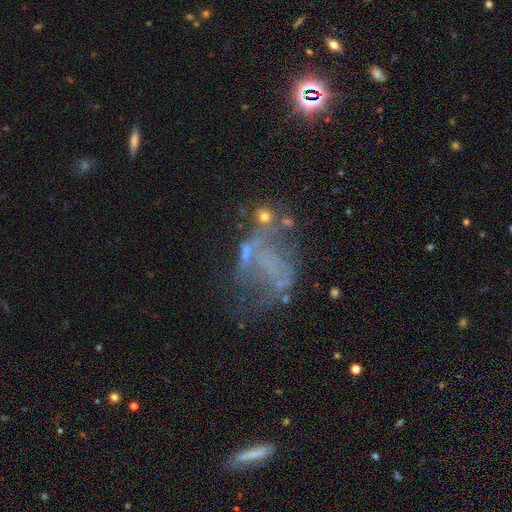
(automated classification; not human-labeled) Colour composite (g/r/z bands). It shows a featured or disk galaxy (62%) with no bar (74%), no spiral arms (69%) and no central bulge (79%). Merging: major disturbance (37%).